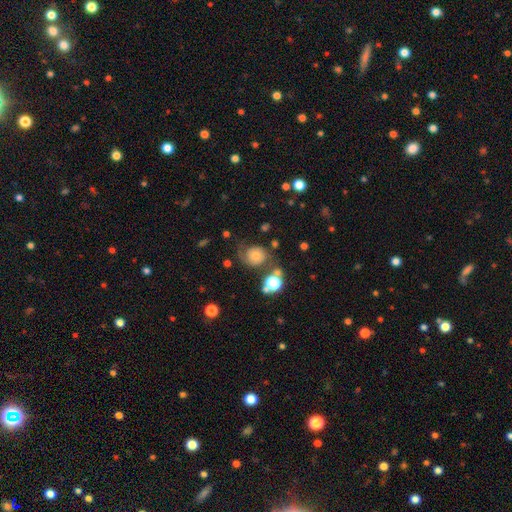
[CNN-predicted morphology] Smooth or featured? featured or disk (50%)
Merging? none (56%)